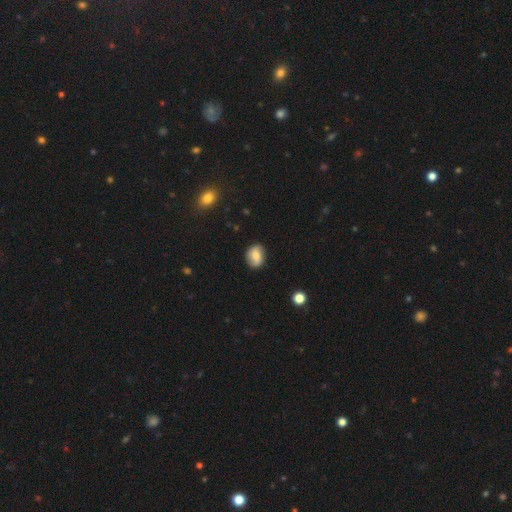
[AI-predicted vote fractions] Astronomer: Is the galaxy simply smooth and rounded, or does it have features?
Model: smooth — 72%.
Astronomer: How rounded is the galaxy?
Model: in between — 64%.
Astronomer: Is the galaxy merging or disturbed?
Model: none — 83%.